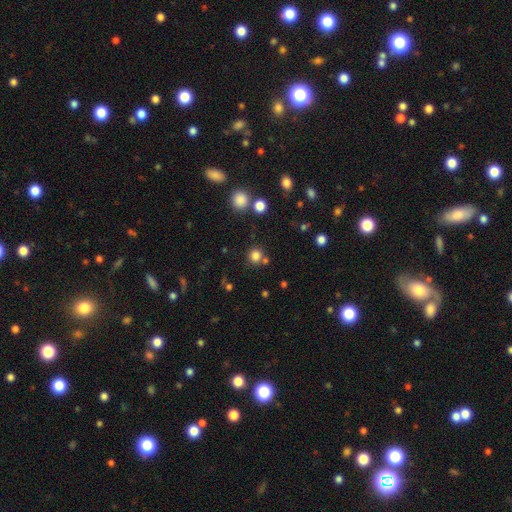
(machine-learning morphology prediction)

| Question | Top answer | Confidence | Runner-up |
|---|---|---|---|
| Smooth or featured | smooth | 79% | star or artifact (16%) |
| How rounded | round | 90% | in between (9%) |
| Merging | none | 76% | merger (12%) |